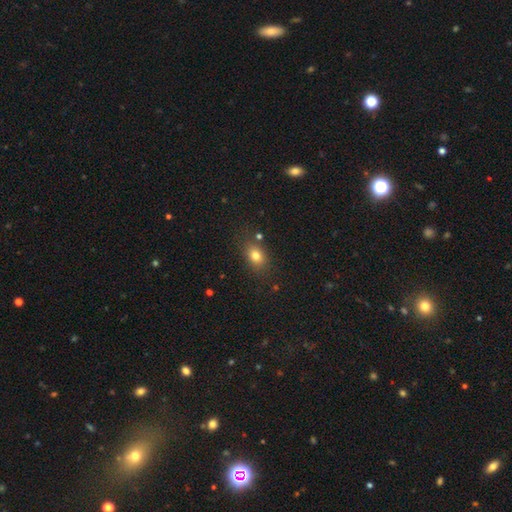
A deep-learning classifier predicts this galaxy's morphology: Smooth or featured? smooth (77%)
How rounded? in between (66%)
Merging? none (78%)